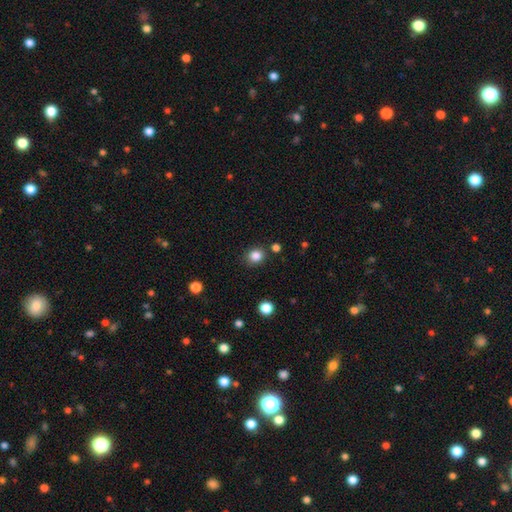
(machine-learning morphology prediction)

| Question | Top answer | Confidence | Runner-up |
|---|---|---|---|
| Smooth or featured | smooth | 85% | star or artifact (11%) |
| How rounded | round | 73% | in between (26%) |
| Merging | none | 84% | minor disturbance (9%) |